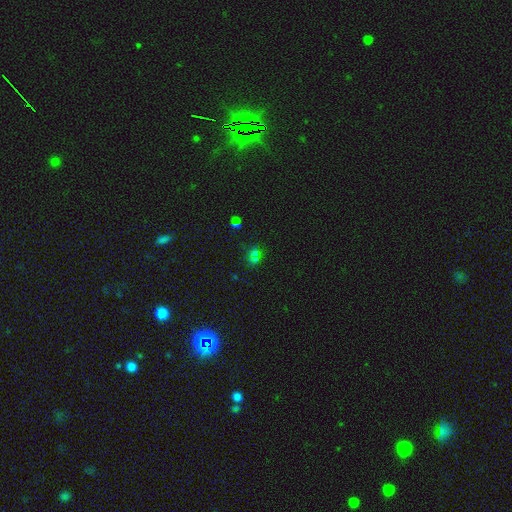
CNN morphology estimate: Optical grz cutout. It shows a star or artifact, not a galaxy (49%).